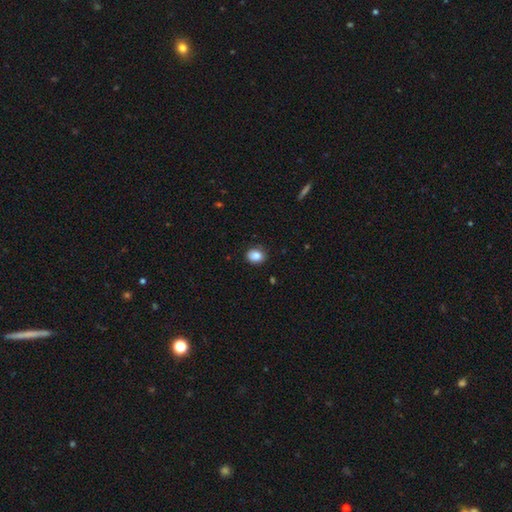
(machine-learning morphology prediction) This appears to be a smooth galaxy with no disk features (86%) that is round (57%). Merging: none (84%).